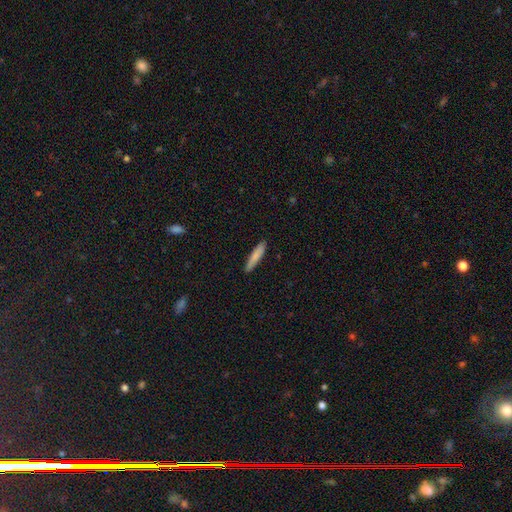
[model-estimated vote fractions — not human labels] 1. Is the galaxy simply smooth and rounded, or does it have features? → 82% smooth, 12% featured or disk, 6% star or artifact.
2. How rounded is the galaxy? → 88% cigar-shaped, 11% in between, 1% round.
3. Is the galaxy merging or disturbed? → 88% none, 9% minor disturbance, 2% major disturbance, 1% merger.